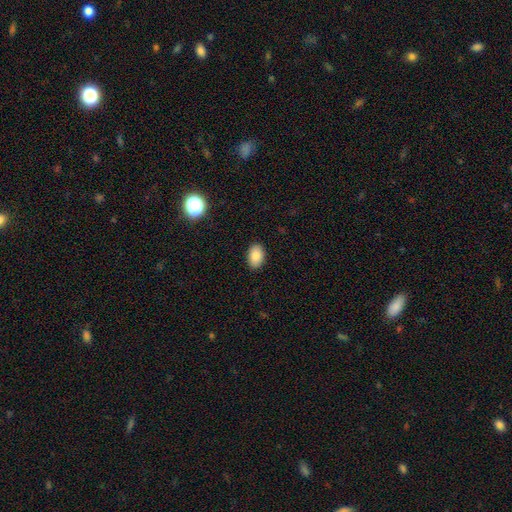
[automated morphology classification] Smooth or featured: smooth — 86% (star or artifact — 8%)
How rounded: in between — 88% (round — 11%)
Merging: none — 89% (minor disturbance — 8%)